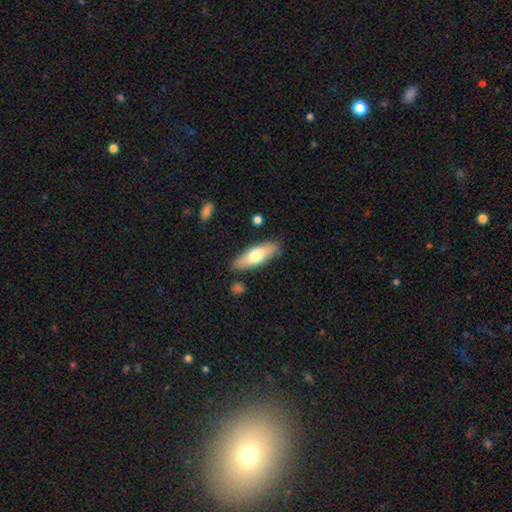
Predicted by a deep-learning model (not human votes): Smooth or featured?
  - smooth: 65% *
  - featured or disk: 29%
  - star or artifact: 5%
How rounded?
  - in between: 56% *
  - cigar-shaped: 42%
  - round: 2%
Merging?
  - none: 83% *
  - minor disturbance: 12%
  - major disturbance: 3%
  - merger: 2%